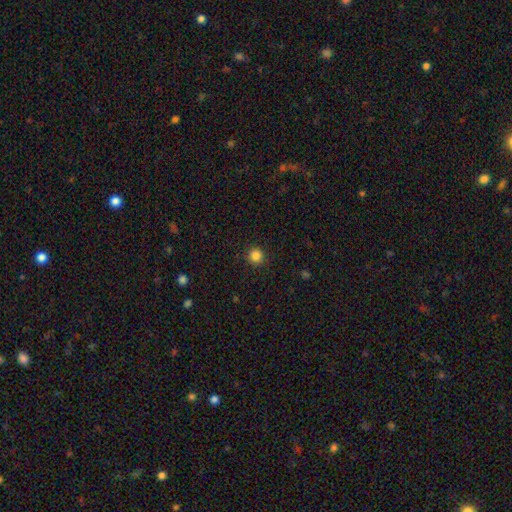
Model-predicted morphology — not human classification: Q: Smooth or featured?
A: smooth (84%); runner-up: star or artifact (12%)
Q: How rounded?
A: round (95%); runner-up: in between (4%)
Q: Merging?
A: none (93%); runner-up: minor disturbance (5%)